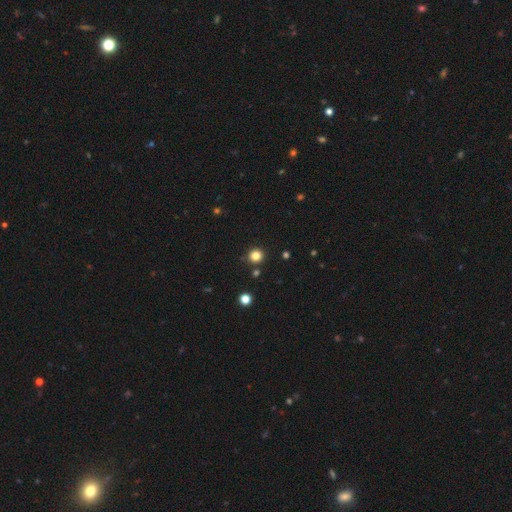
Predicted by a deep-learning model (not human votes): Q: Smooth or featured?
A: smooth (82%); runner-up: star or artifact (14%)
Q: How rounded?
A: round (94%); runner-up: in between (5%)
Q: Merging?
A: none (89%); runner-up: minor disturbance (6%)